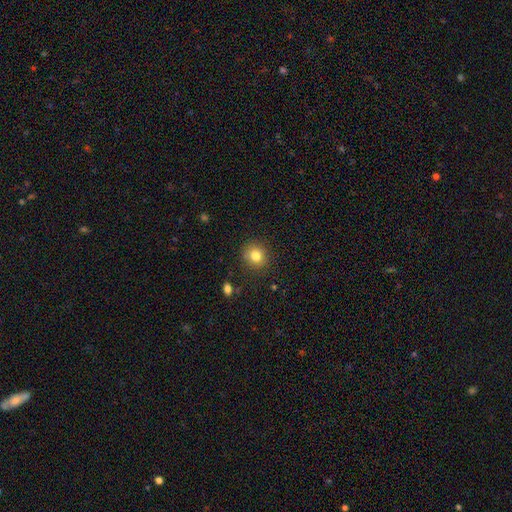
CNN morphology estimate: A smooth galaxy with no disk features (81%) that is round (85%).

Vote fractions:
- Smooth or featured? smooth: 81% / star or artifact: 11% / featured or disk: 7%
- How rounded? round: 85% / in between: 14% / cigar-shaped: 1%
- Merging? none: 87% / minor disturbance: 9% / major disturbance: 3% / merger: 2%